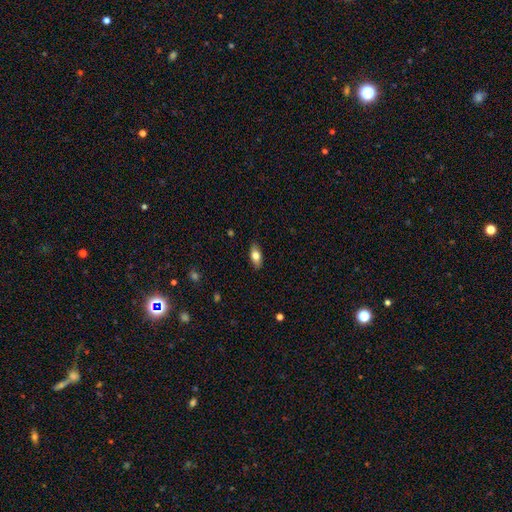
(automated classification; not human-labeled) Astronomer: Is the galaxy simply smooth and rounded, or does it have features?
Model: smooth — 75%.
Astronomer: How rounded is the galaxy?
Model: in between — 86%.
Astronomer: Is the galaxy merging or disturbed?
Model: none — 87%.